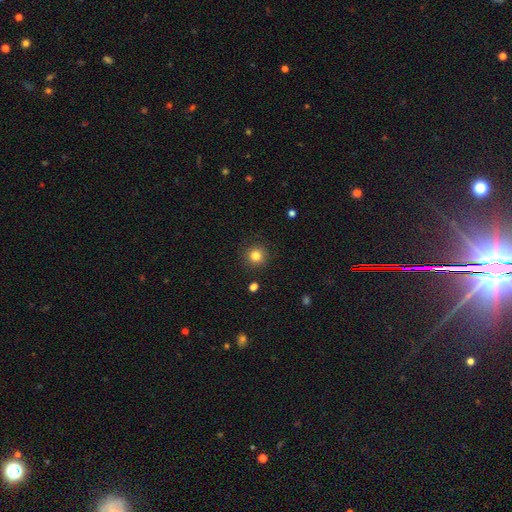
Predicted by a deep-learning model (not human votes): Smooth or featured? smooth (82%)
How rounded? round (94%)
Merging? none (90%)